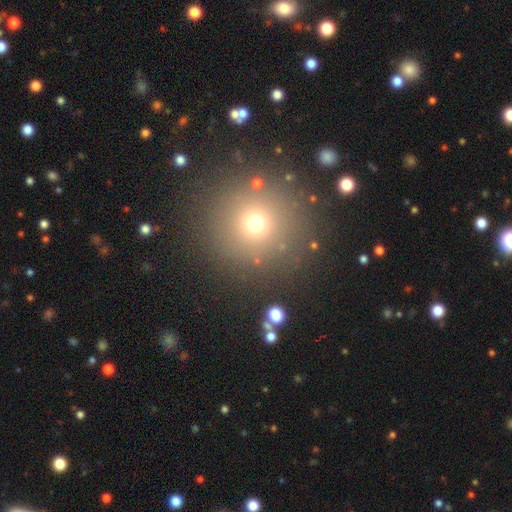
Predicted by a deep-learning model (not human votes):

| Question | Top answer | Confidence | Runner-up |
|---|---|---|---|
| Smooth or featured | smooth | 57% | star or artifact (33%) |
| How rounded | round | 95% | in between (4%) |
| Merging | none | 89% | minor disturbance (6%) |